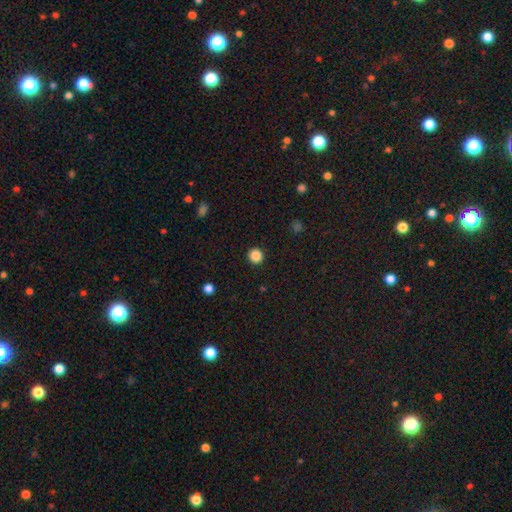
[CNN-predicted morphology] Smooth or featured? Predicted: smooth (p=0.87). How rounded? Predicted: round (p=0.93). Merging? Predicted: none (p=0.93).